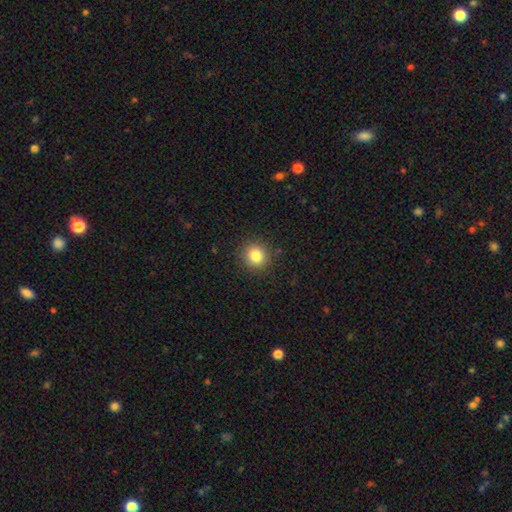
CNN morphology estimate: smooth-or-featured: smooth: 83% | star or artifact: 11% | featured or disk: 6%
  how-rounded: round: 90% | in between: 9% | cigar-shaped: 1%
  merging: none: 90% | minor disturbance: 7% | major disturbance: 2% | merger: 1%